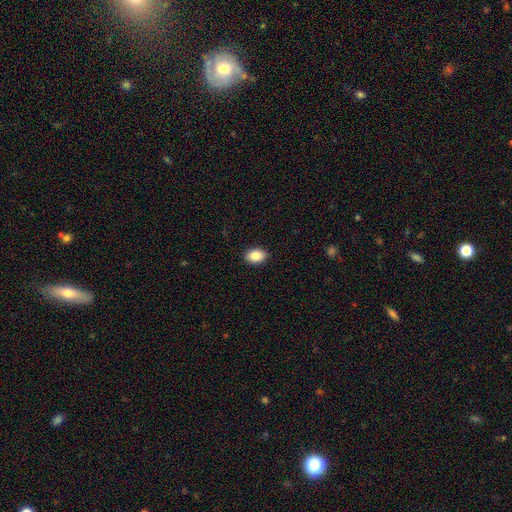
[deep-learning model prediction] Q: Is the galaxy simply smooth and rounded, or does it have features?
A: smooth — 86%.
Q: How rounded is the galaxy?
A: in between — 84%.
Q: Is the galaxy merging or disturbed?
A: none — 90%.